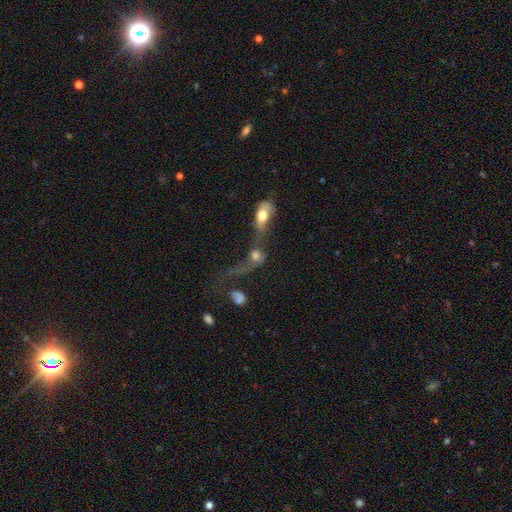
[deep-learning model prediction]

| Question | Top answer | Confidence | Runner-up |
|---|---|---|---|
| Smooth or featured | smooth | 61% | featured or disk (25%) |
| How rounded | in between | 49% | round (44%) |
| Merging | merger | 67% | major disturbance (15%) |